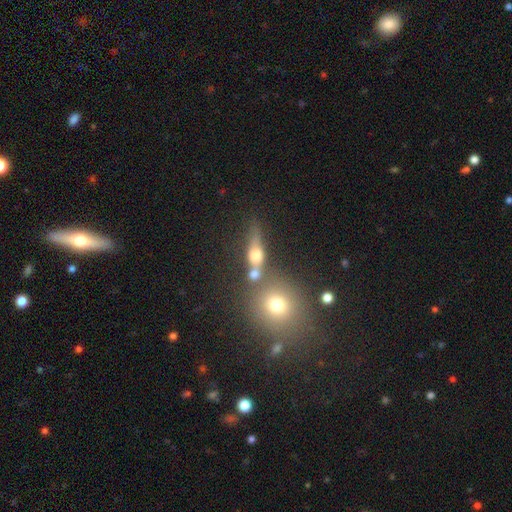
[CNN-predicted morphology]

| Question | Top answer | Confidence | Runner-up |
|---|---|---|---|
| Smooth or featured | smooth | 50% | featured or disk (33%) |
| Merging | none | 53% | merger (24%) |